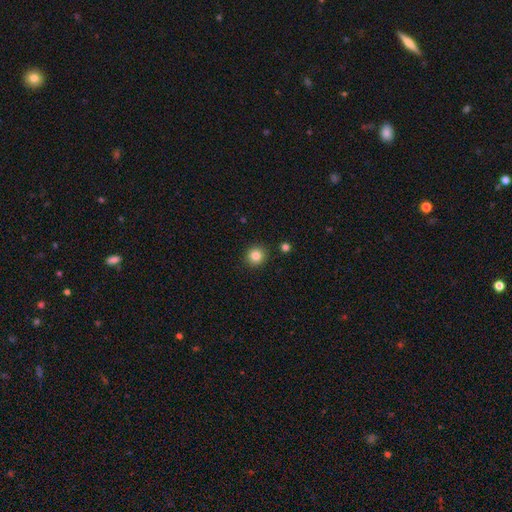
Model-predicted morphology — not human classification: A smooth galaxy with no disk features (84%) that is round (94%). Merging: none (91%).